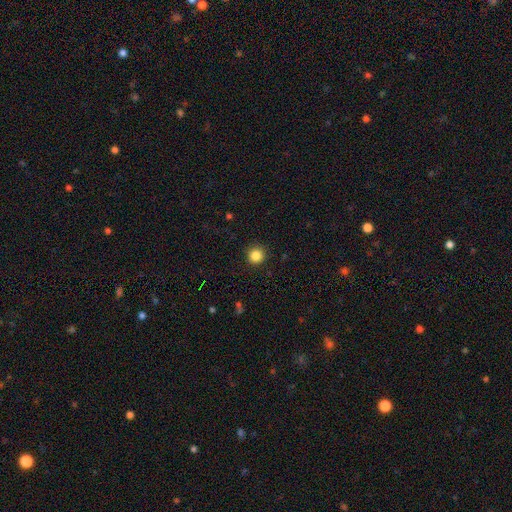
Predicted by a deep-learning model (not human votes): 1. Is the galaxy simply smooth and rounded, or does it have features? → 85% smooth, 11% star or artifact, 4% featured or disk.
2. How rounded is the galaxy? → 95% round, 4% in between, 1% cigar-shaped.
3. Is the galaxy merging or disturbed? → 91% none, 6% minor disturbance, 2% major disturbance, 1% merger.